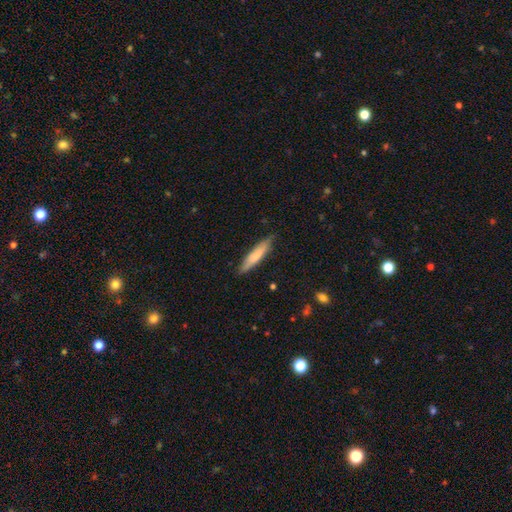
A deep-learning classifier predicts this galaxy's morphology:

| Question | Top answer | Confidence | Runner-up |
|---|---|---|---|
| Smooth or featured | smooth | 70% | featured or disk (24%) |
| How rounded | cigar-shaped | 86% | in between (13%) |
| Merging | none | 84% | minor disturbance (12%) |